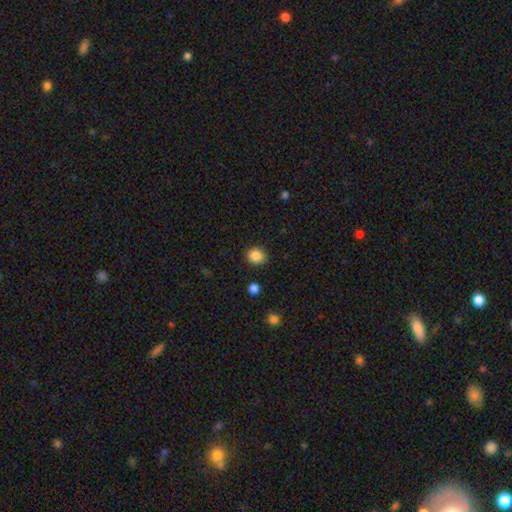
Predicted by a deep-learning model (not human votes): A smooth galaxy with no disk features (86%) that is round (84%).

Vote fractions:
- Smooth or featured? smooth: 86% / star or artifact: 10% / featured or disk: 3%
- How rounded? round: 84% / in between: 15% / cigar-shaped: 1%
- Merging? none: 88% / minor disturbance: 8% / major disturbance: 2% / merger: 2%